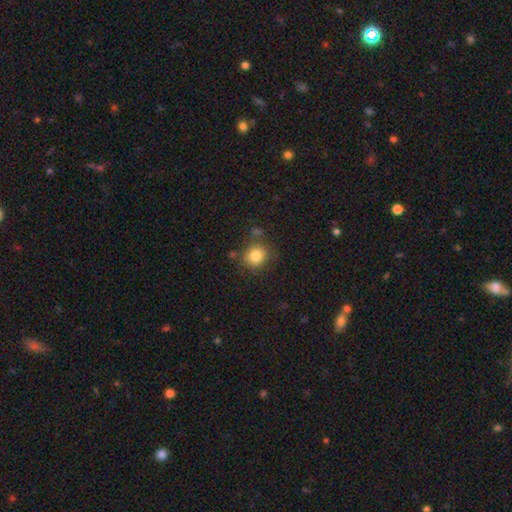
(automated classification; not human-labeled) A smooth galaxy with no disk features (84%) that is round (84%). Merging: none (75%).